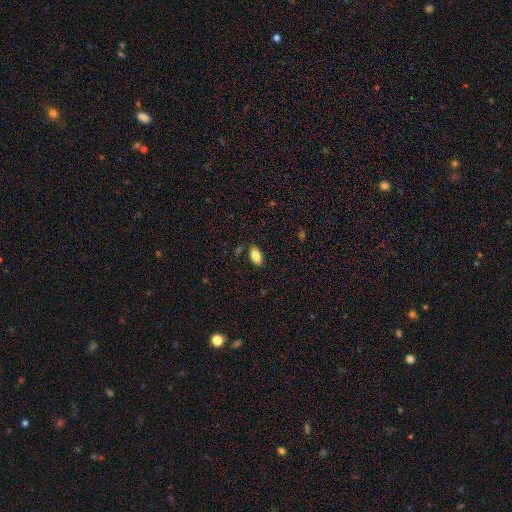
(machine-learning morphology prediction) Smooth or featured? smooth (85%)
How rounded? in between (93%)
Merging? none (84%)